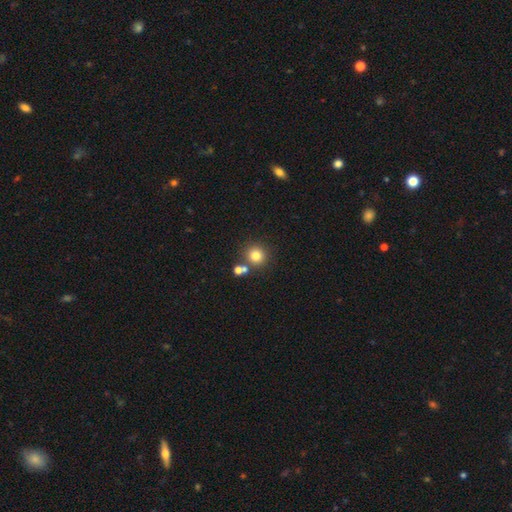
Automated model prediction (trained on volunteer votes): Smooth or featured?
  - smooth: 80% *
  - star or artifact: 13%
  - featured or disk: 7%
How rounded?
  - round: 91% *
  - in between: 8%
  - cigar-shaped: 1%
Merging?
  - none: 76% *
  - merger: 13%
  - minor disturbance: 8%
  - major disturbance: 3%